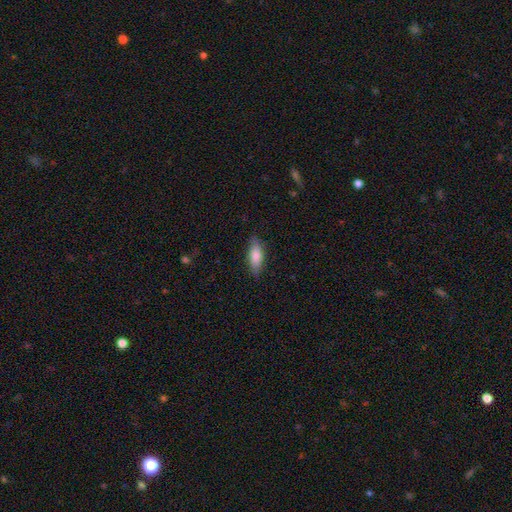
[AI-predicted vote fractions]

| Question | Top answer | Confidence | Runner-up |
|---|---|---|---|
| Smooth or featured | smooth | 79% | featured or disk (15%) |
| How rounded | in between | 66% | cigar-shaped (32%) |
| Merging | none | 82% | minor disturbance (14%) |